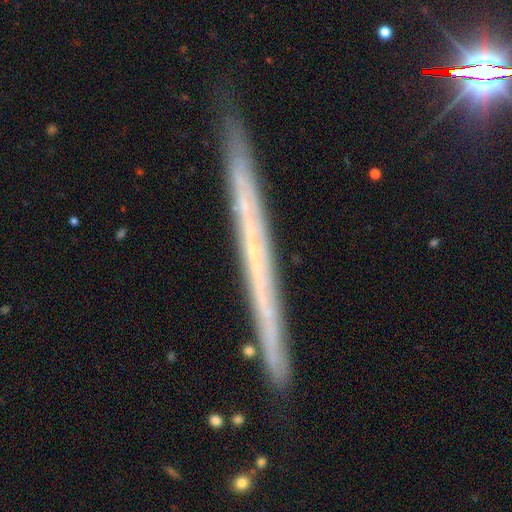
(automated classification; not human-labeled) Smooth or featured: featured or disk — 66% (smooth — 24%)
Edge-on disk: yes — 97% (no — 3%)
Edge-on bulge: none — 91% (rounded — 7%)
Merging: none — 88% (minor disturbance — 9%)